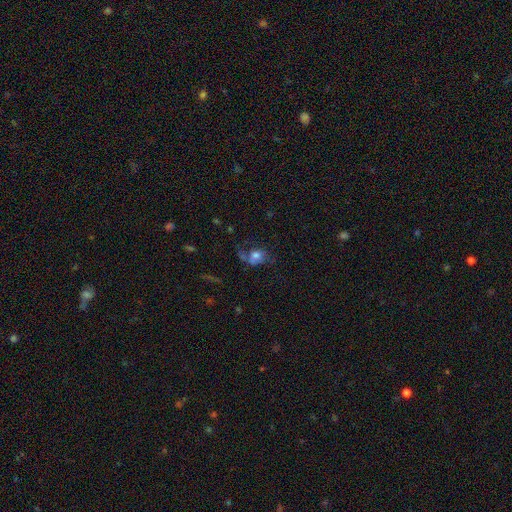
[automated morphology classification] smooth_or_featured: smooth (p=0.55) [alt: featured or disk p=0.30]
how_rounded: in between (p=0.50) [alt: round p=0.48]
merging: none (p=0.35) [alt: major disturbance p=0.32]